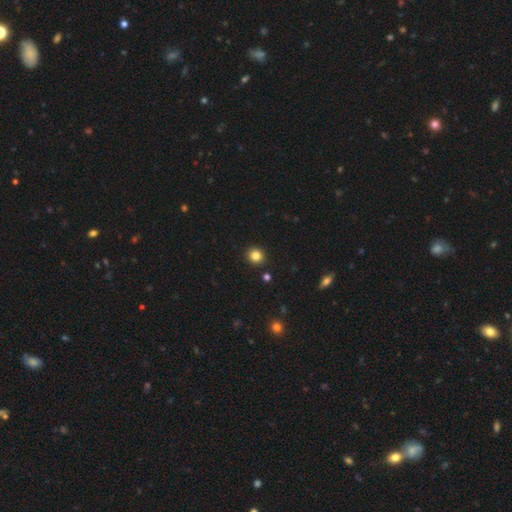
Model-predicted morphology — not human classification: A smooth galaxy with no disk features (84%) that is round (88%). Merging: none (92%).